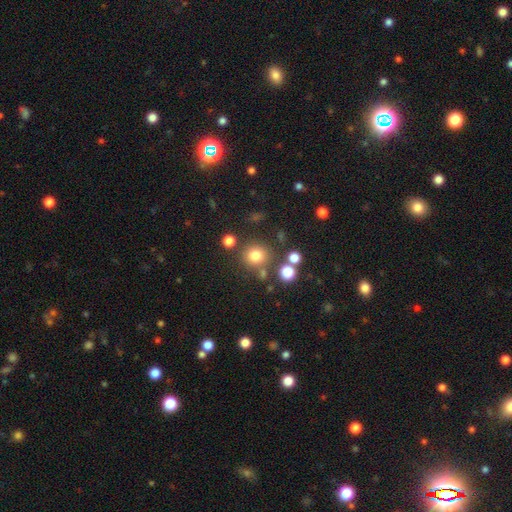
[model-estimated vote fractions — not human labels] Smooth or featured?
  - smooth: 77% *
  - star or artifact: 16%
  - featured or disk: 8%
How rounded?
  - round: 89% *
  - in between: 10%
  - cigar-shaped: 1%
Merging?
  - none: 77% *
  - minor disturbance: 10%
  - merger: 9%
  - major disturbance: 4%